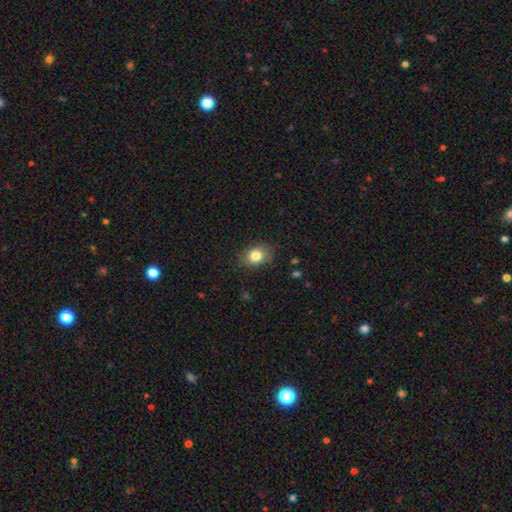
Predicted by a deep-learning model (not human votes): The model was most divided on "how rounded": in between: 59%, round: 40%, cigar-shaped: 1%. More confident: merging — none (82%); smooth or featured — smooth (82%).